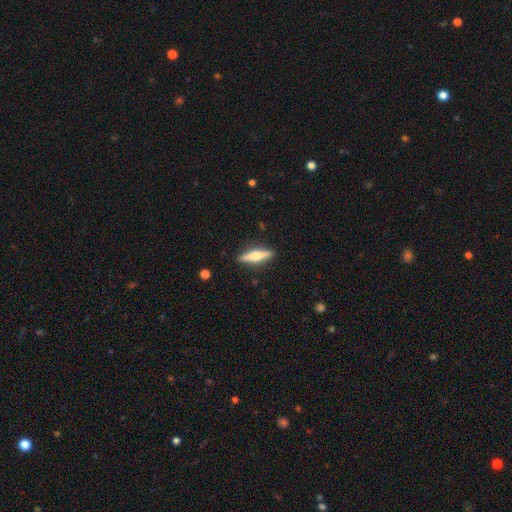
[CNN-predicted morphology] Overall: featured or disk (60%; smooth 35%). Edge-on disk: yes (96%). Edge-on bulge: rounded (92%). Merging: none (90%).